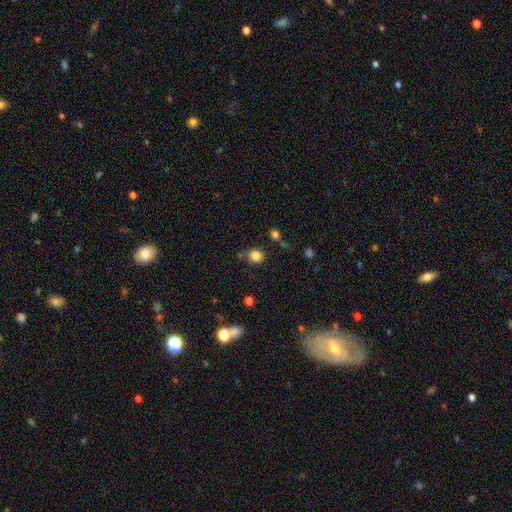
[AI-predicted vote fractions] A smooth galaxy with no disk features (82%) that is round (75%). Merging: none (68%).